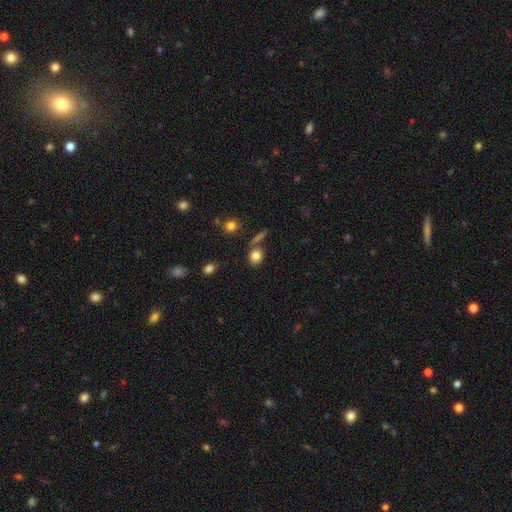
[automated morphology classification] Overall: smooth (81%). How rounded: round (51%; in between 46%). Merging: none (66%).